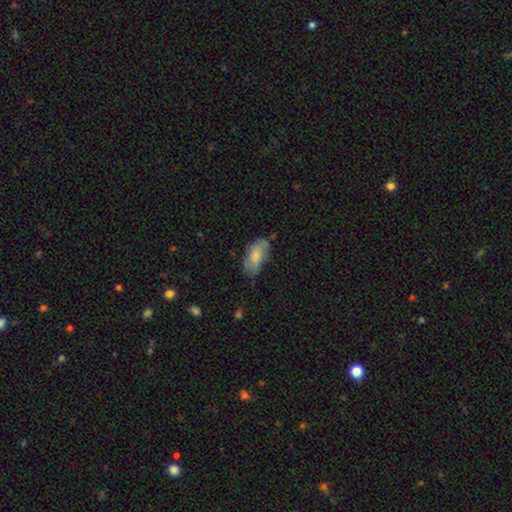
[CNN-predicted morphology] A smooth galaxy with no disk features (73%) that is in between round and cigar-shaped (93%). Merging: none (58%).